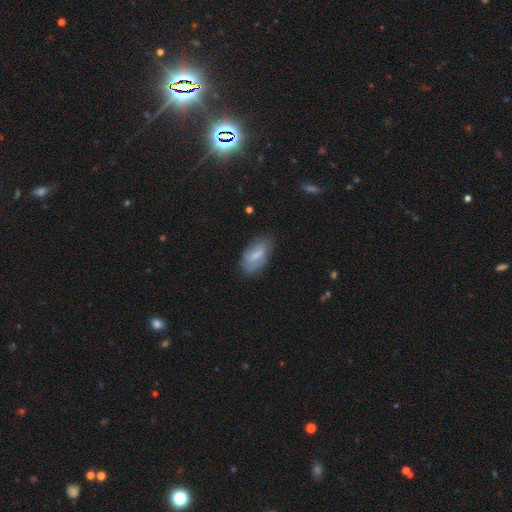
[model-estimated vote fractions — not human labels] Q: Smooth or featured?
A: smooth (64%); runner-up: featured or disk (29%)
Q: How rounded?
A: in between (88%); runner-up: cigar-shaped (9%)
Q: Merging?
A: none (69%); runner-up: minor disturbance (23%)